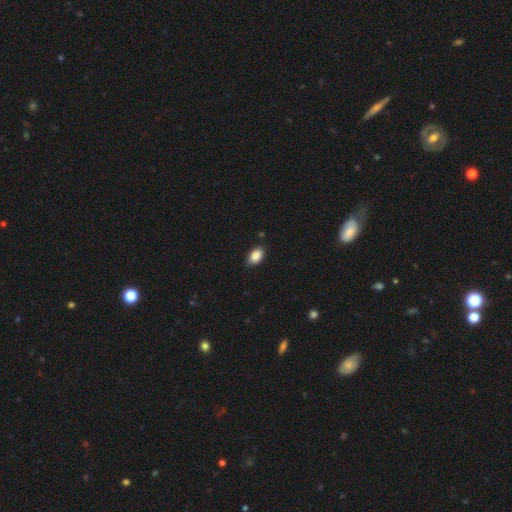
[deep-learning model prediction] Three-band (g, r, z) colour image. It shows a smooth galaxy with no disk features (87%) that is in between round and cigar-shaped (90%). Merging: none (84%).